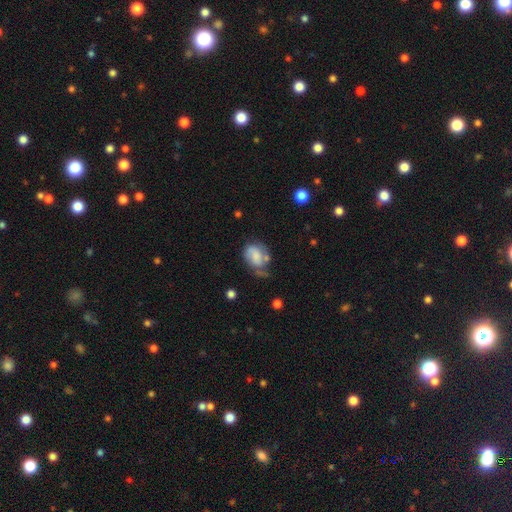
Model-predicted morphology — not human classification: Overall: smooth (49%; featured or disk 42%). Merging: none (33%; minor disturbance 32%).